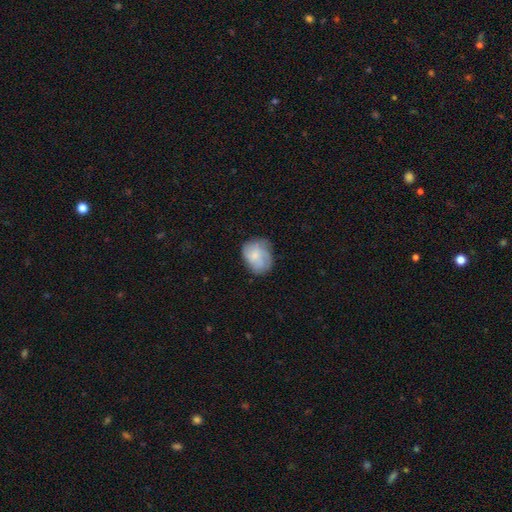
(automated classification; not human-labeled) smooth 66%, featured or disk 27%, star or artifact 7%. Down the decision tree: how rounded — in between (58%); merging — none (55%).